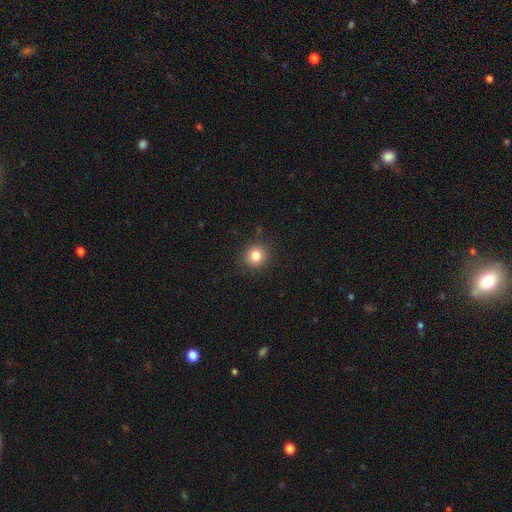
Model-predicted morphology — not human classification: Q: Smooth or featured?
A: smooth (83%); runner-up: star or artifact (11%)
Q: How rounded?
A: round (91%); runner-up: in between (8%)
Q: Merging?
A: none (89%); runner-up: minor disturbance (7%)